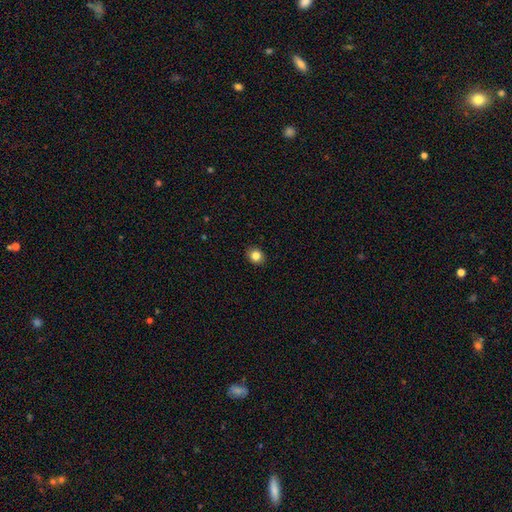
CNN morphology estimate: This appears to be a smooth galaxy with no disk features (83%) that is round (70%). Merging: none (91%).